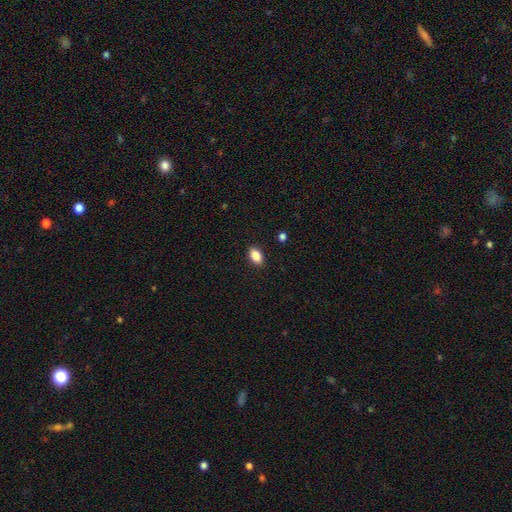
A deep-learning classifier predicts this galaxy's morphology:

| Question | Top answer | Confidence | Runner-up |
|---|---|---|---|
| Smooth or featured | smooth | 86% | star or artifact (8%) |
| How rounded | in between | 90% | round (8%) |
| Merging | none | 89% | minor disturbance (8%) |